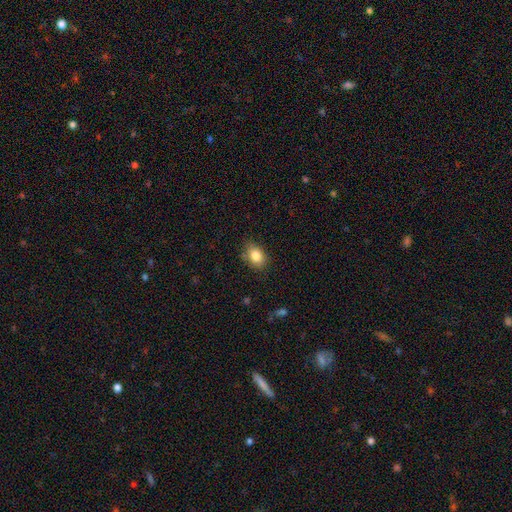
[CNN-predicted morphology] Smooth or featured? Predicted: smooth (p=0.84). How rounded? Predicted: in between (p=0.75). Merging? Predicted: none (p=0.78).